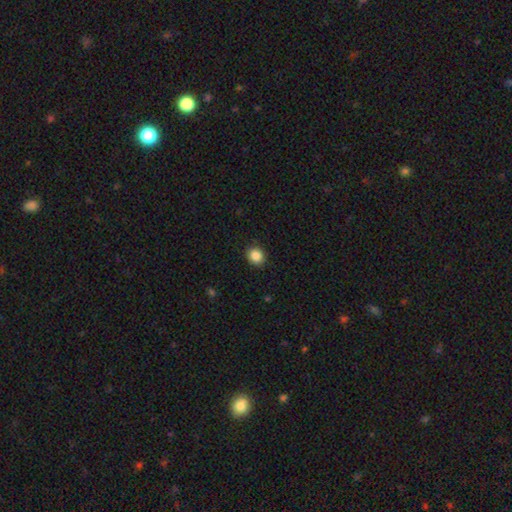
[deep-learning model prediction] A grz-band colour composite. It shows a smooth galaxy with no disk features (87%) that is round (76%). Merging: none (91%).